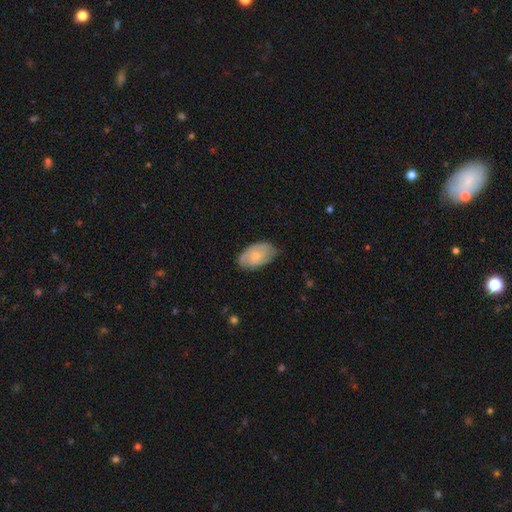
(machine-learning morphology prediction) Smooth or featured: smooth — 64% (featured or disk — 30%)
How rounded: in between — 93% (round — 5%)
Merging: none — 67% (minor disturbance — 27%)